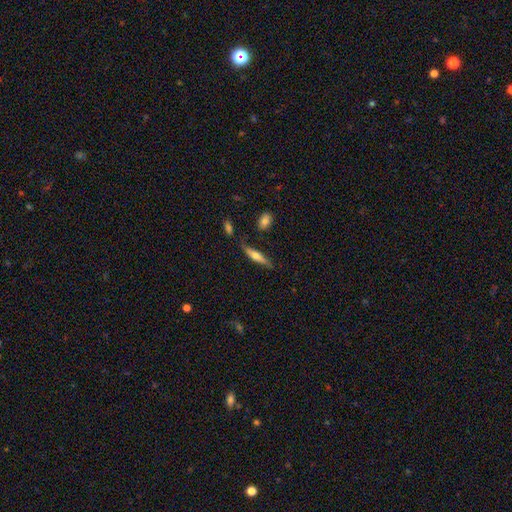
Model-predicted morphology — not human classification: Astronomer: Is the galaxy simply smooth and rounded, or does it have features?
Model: smooth — 48% (runner-up: featured or disk, 45%).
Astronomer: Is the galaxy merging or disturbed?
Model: none — 76%.